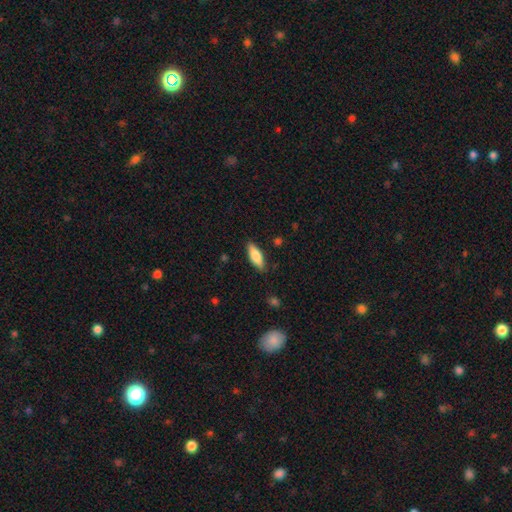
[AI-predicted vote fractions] Q: Smooth or featured?
A: smooth (78%); runner-up: featured or disk (16%)
Q: How rounded?
A: in between (64%); runner-up: cigar-shaped (34%)
Q: Merging?
A: none (85%); runner-up: minor disturbance (11%)